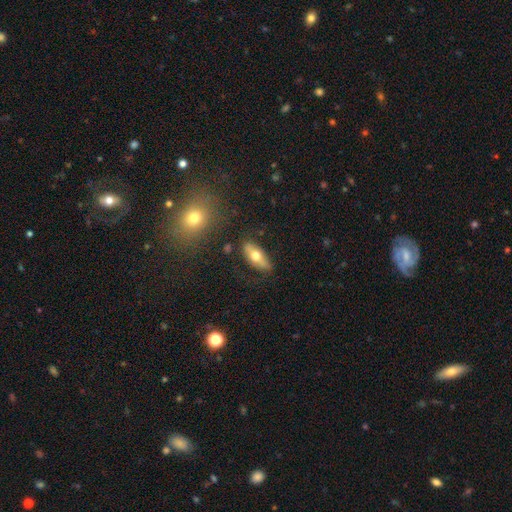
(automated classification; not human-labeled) This is possibly a smooth galaxy (57%). How rounded: likely in between (68%). Merging: clearly none (81%).